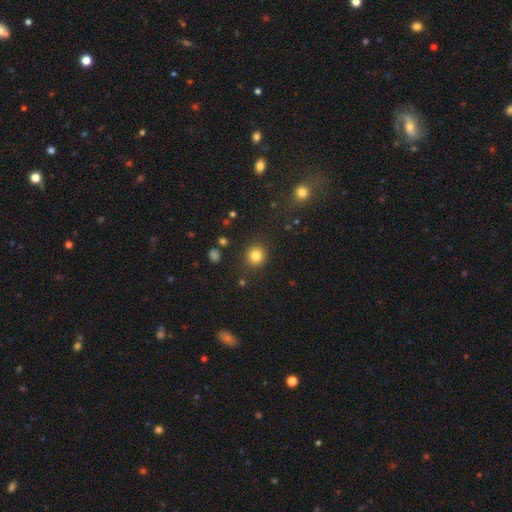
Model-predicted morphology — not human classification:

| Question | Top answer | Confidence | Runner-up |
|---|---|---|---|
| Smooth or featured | smooth | 83% | star or artifact (12%) |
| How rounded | round | 89% | in between (10%) |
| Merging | none | 88% | minor disturbance (7%) |